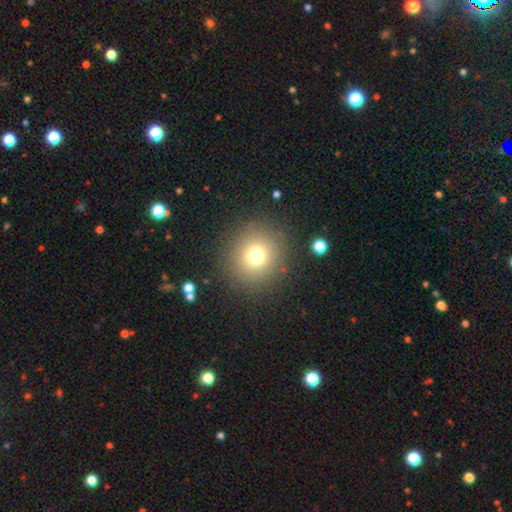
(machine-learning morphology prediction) type=smooth (73%); roundness=round (93%); merging=none (88%).